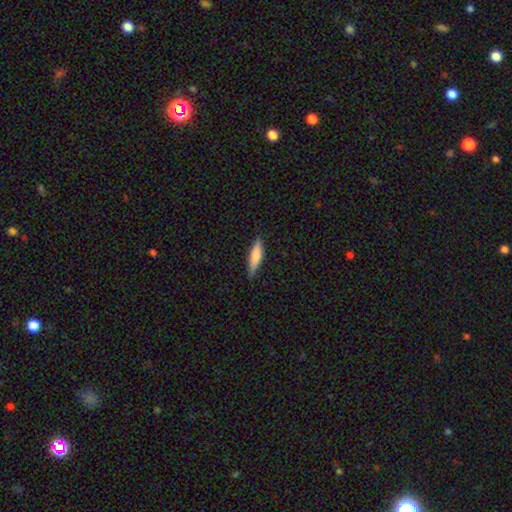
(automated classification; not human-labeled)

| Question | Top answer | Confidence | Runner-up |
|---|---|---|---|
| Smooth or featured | smooth | 71% | featured or disk (24%) |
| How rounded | cigar-shaped | 76% | in between (23%) |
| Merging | none | 87% | minor disturbance (10%) |